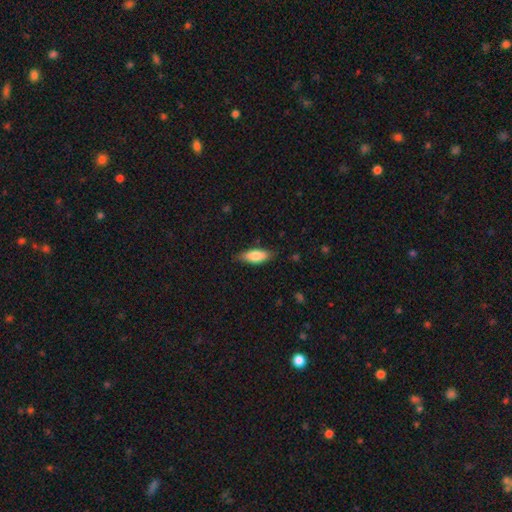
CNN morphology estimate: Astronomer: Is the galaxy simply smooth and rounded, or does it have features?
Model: smooth — 81%.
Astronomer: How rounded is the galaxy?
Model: in between — 72%.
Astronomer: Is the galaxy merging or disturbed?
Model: none — 80%.